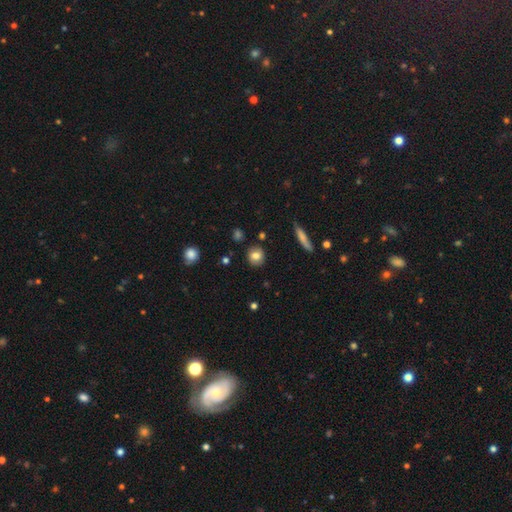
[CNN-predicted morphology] Overall: smooth (79%). How rounded: round (83%). Merging: none (88%).